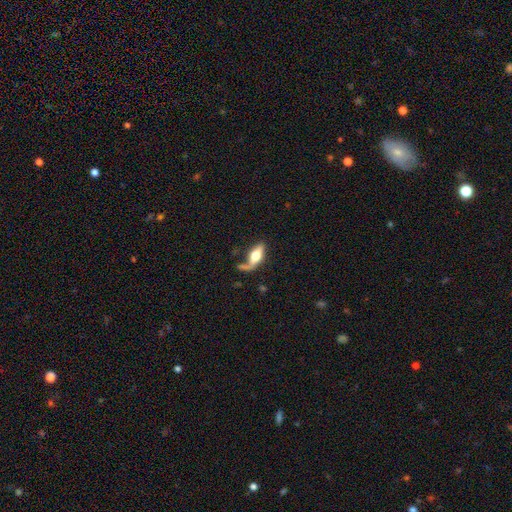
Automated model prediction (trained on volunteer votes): A smooth galaxy with no disk features (51%) that is in between round and cigar-shaped (67%). Merging: none (42%).